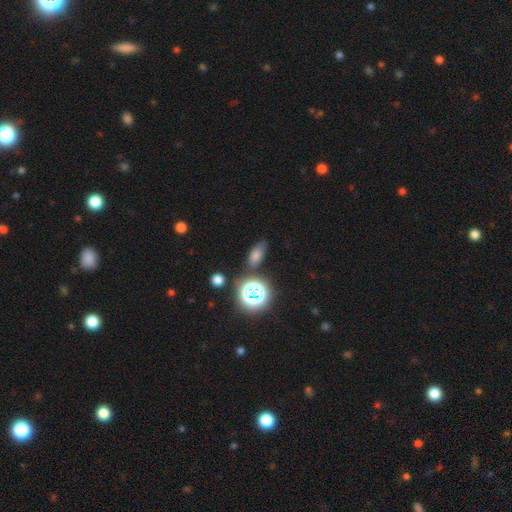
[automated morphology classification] smooth_or_featured: smooth (p=0.65) [alt: star or artifact p=0.25]
how_rounded: in between (p=0.79) [alt: round p=0.13]
merging: none (p=0.73) [alt: minor disturbance p=0.17]